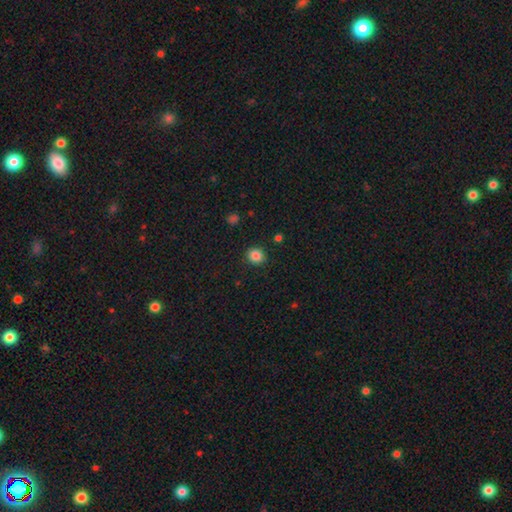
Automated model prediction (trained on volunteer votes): A smooth galaxy with no disk features (85%) that is round (84%).

Vote fractions:
- Smooth or featured? smooth: 85% / star or artifact: 11% / featured or disk: 4%
- How rounded? round: 84% / in between: 15% / cigar-shaped: 1%
- Merging? none: 91% / minor disturbance: 6% / major disturbance: 2% / merger: 1%